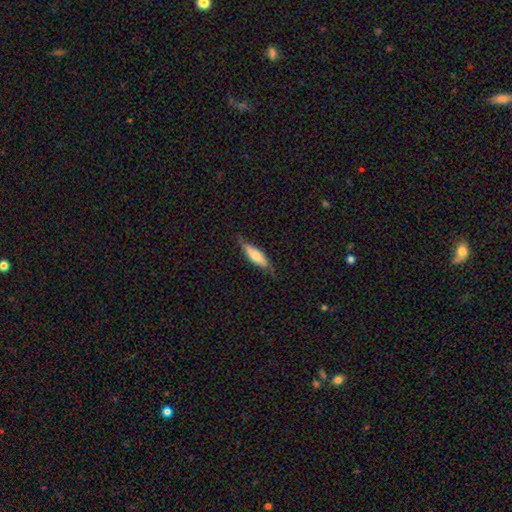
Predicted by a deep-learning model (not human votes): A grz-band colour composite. It shows a smooth galaxy with no disk features (56%) that is cigar-shaped (59%). Merging: none (73%).